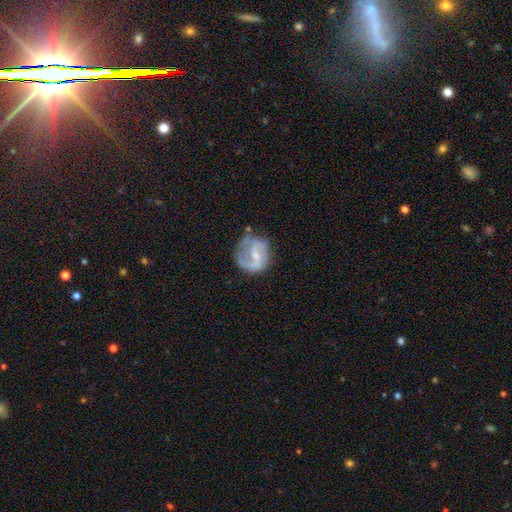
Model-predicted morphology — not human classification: Smooth or featured? Predicted: featured or disk (p=0.68). Edge-on disk? Predicted: no (p=0.98). Bar? Predicted: weak (p=0.48). Spiral arms? Predicted: yes (p=0.79). Spiral winding? Predicted: medium (p=0.41). Spiral arm count? Predicted: 2 (p=0.55). Bulge size? Predicted: small (p=0.56). Merging? Predicted: none (p=0.44).